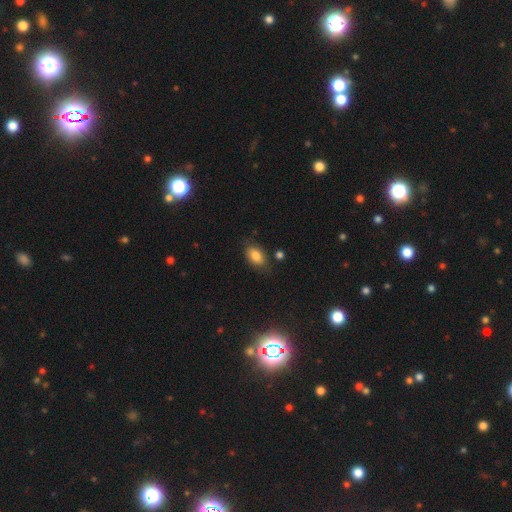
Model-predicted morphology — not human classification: Smooth or featured? Predicted: smooth (p=0.81). How rounded? Predicted: in between (p=0.89). Merging? Predicted: none (p=0.74).